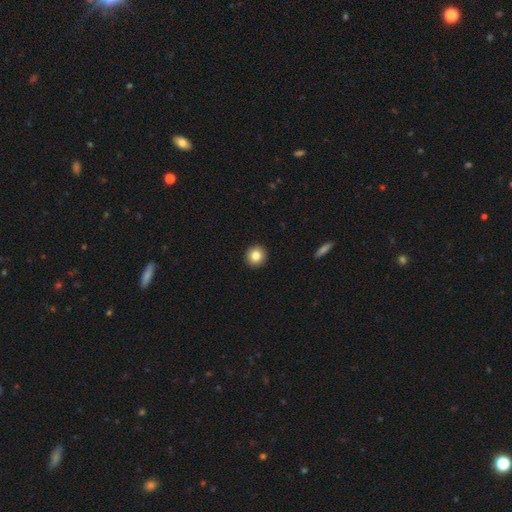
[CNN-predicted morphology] Smooth or featured? Predicted: smooth (p=0.83). How rounded? Predicted: round (p=0.93). Merging? Predicted: none (p=0.93).